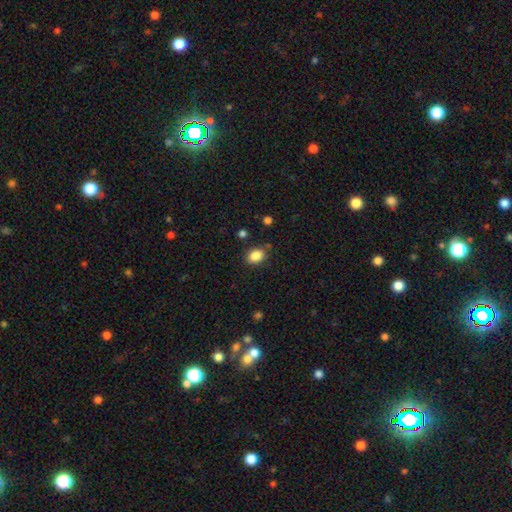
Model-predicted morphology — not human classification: A smooth galaxy with no disk features (86%) that is in between round and cigar-shaped (68%). Merging: none (82%).